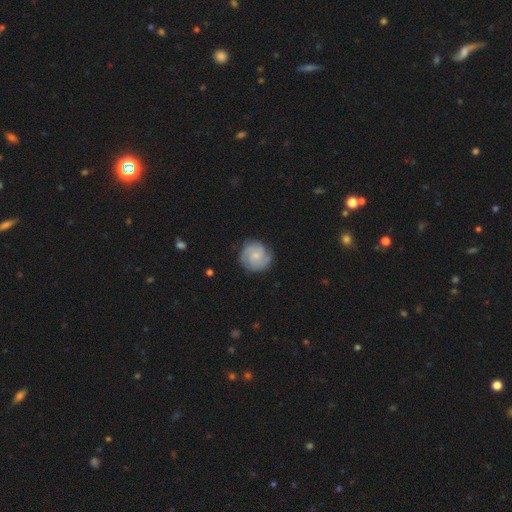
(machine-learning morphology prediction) A featured or disk galaxy (65%) with no bar (70%), 2 (30%, tied with 3) tight (56%) spiral arms (92%) and a small central bulge (63%).

Vote fractions:
- Smooth or featured? featured or disk: 65% / smooth: 29% / star or artifact: 6%
- Edge-on disk? no: 98% / yes: 2%
- Bar? no: 70% / weak: 27% / strong: 3%
- Spiral arms? yes: 92% / no: 8%
- Spiral winding? tight: 56% / medium: 35% / loose: 9%
- Spiral arm count? 2: 30% (tied) / 3: 30% (tied) / can't tell: 23% / 4: 7% / 1: 5% / more than 4: 4%
- Bulge size? small: 63% / moderate: 25% / none: 10% / large: 2% / dominant: 1%
- Merging? none: 79% / minor disturbance: 16% / major disturbance: 4% / merger: 1%